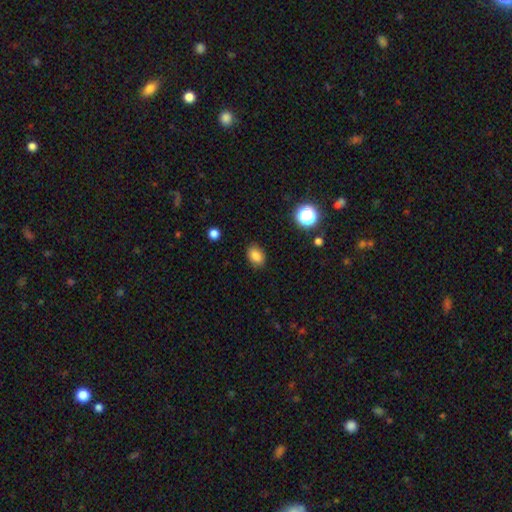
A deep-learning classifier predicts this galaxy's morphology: The model was most divided on "how rounded": in between: 70%, round: 28%, cigar-shaped: 1%. More confident: merging — none (86%); smooth or featured — smooth (84%).